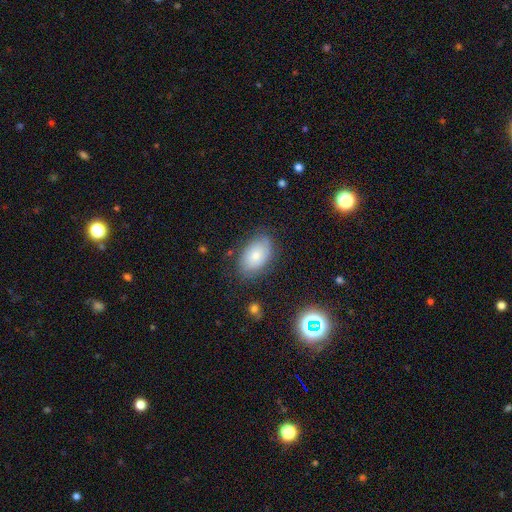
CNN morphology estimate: A smooth galaxy with no disk features (68%) that is in between round and cigar-shaped (91%).

Vote fractions:
- Smooth or featured? smooth: 68% / featured or disk: 23% / star or artifact: 9%
- How rounded? in between: 91% / round: 8% / cigar-shaped: 1%
- Merging? none: 75% / minor disturbance: 18% / major disturbance: 5% / merger: 2%